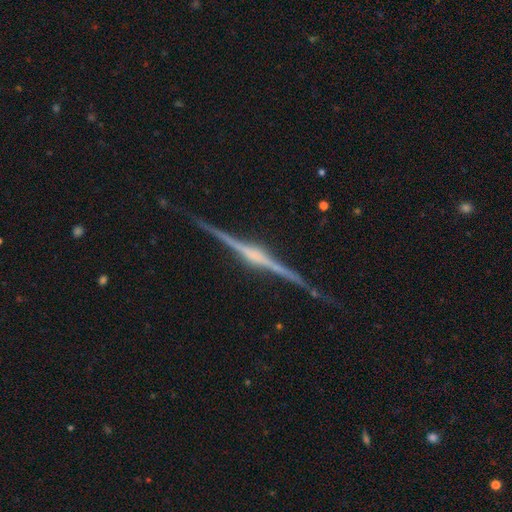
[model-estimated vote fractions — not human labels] smooth-or-featured: featured or disk: 90% | star or artifact: 5% | smooth: 5%
  disk-edge-on: yes: 99% | no: 1%
    edge-on-bulge: rounded: 71% | boxy: 20% | none: 9%
  merging: none: 88% | minor disturbance: 9% | major disturbance: 2% | merger: 1%